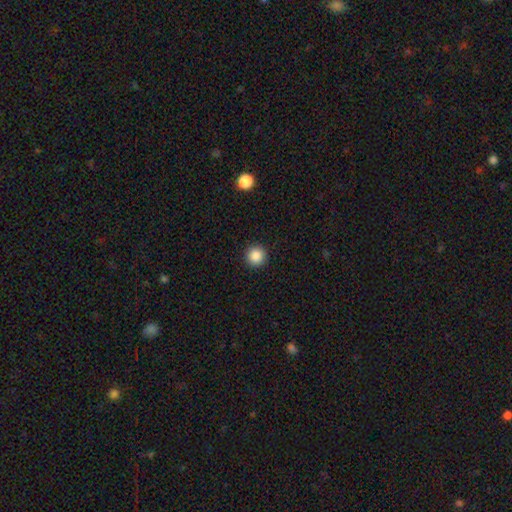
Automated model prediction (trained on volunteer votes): Morphology: type=smooth (87%); roundness=round (96%); merging=none (93%).